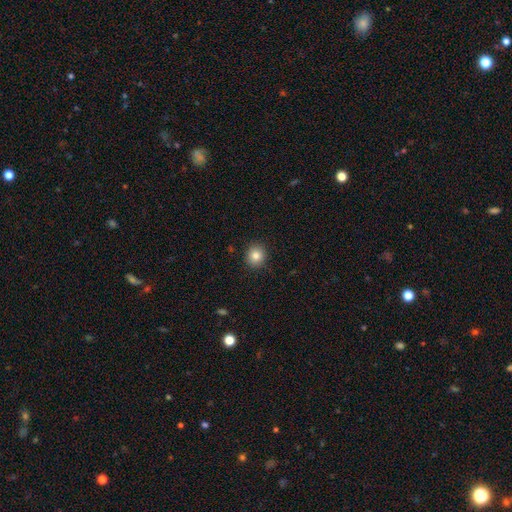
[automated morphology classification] smooth 83%, star or artifact 11%, featured or disk 6%. Down the decision tree: how rounded — round (86%); merging — none (91%).